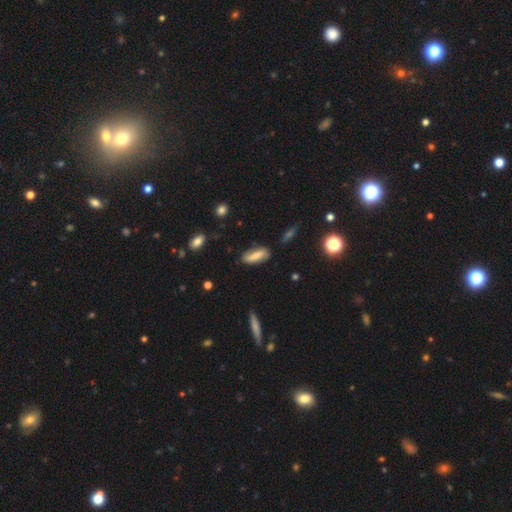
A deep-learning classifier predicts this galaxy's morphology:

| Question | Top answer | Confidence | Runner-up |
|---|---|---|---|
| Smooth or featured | smooth | 66% | featured or disk (26%) |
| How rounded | in between | 70% | cigar-shaped (28%) |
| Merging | none | 74% | minor disturbance (19%) |